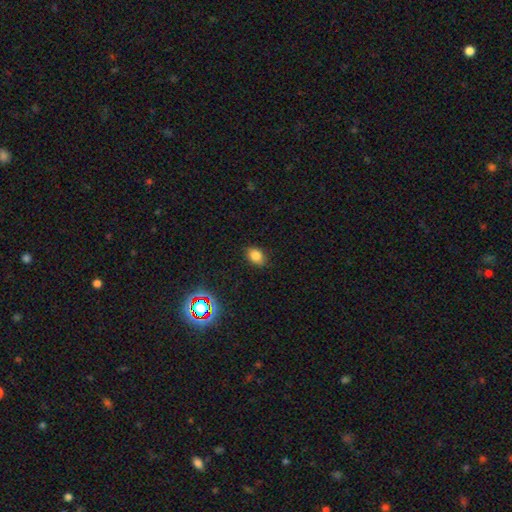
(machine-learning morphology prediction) Smooth or featured?
  - smooth: 81% *
  - star or artifact: 14%
  - featured or disk: 5%
How rounded?
  - in between: 76% *
  - round: 23%
  - cigar-shaped: 1%
Merging?
  - none: 84% *
  - minor disturbance: 12%
  - major disturbance: 3%
  - merger: 1%